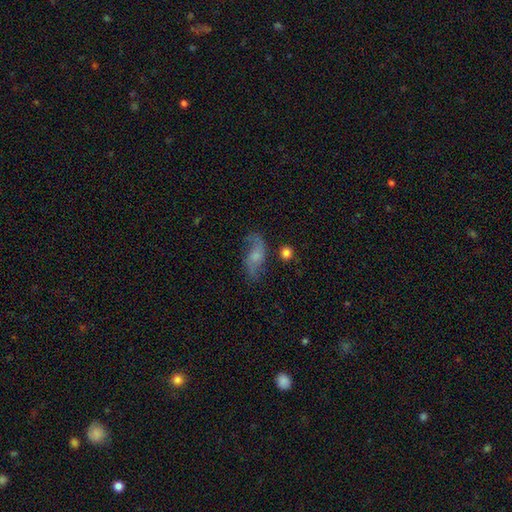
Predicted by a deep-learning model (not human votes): Smooth or featured? featured or disk (62%)
Edge-on disk? no (92%)
Bar? no (61%)
Spiral arms? yes (87%)
Spiral winding? loose (74%)
Spiral arm count? 2 (85%)
Bulge size? small (42%)
Merging? none (61%)